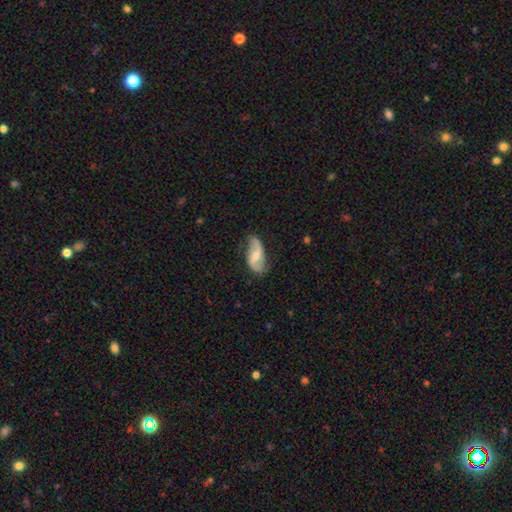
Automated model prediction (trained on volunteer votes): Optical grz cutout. It shows a featured or disk galaxy (73%) with a weak bar (46%), 2 (90%) loose (63%) spiral arms (92%) and a moderate central bulge (57%). Merging: none (69%).